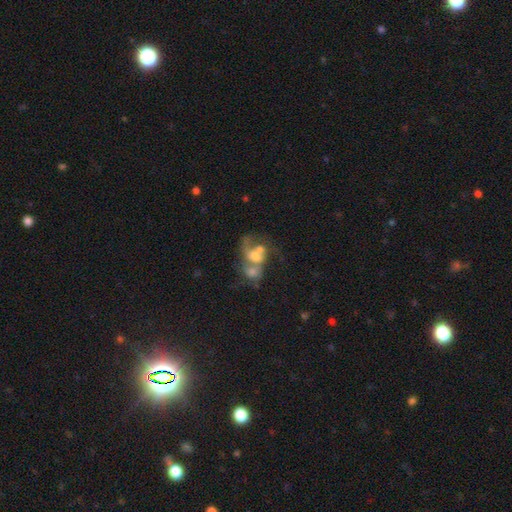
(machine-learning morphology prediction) smooth-or-featured: featured or disk: 52% | smooth: 36% | star or artifact: 12%
  disk-edge-on: no: 97% | yes: 3%
    bar: no: 77% | weak: 19% | strong: 5%
    has-spiral-arms: no: 55% | yes: 45%
    bulge-size: moderate: 43% | large: 20% | small: 17% | none: 16% | dominant: 4%
  merging: merger: 71% | major disturbance: 13% | none: 10% | minor disturbance: 6%